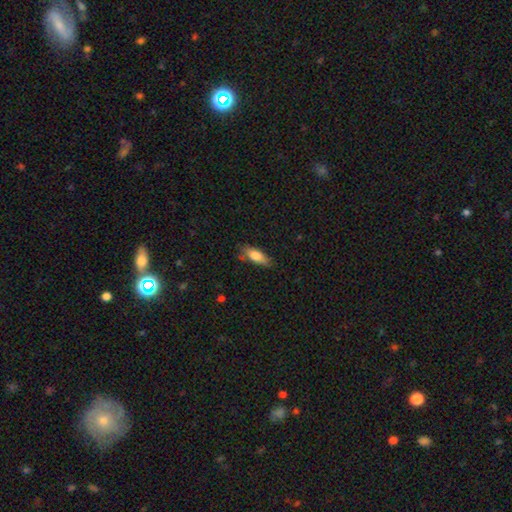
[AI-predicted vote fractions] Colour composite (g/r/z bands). It shows a smooth galaxy with no disk features (77%) that is in between round and cigar-shaped (69%). Merging: none (69%).